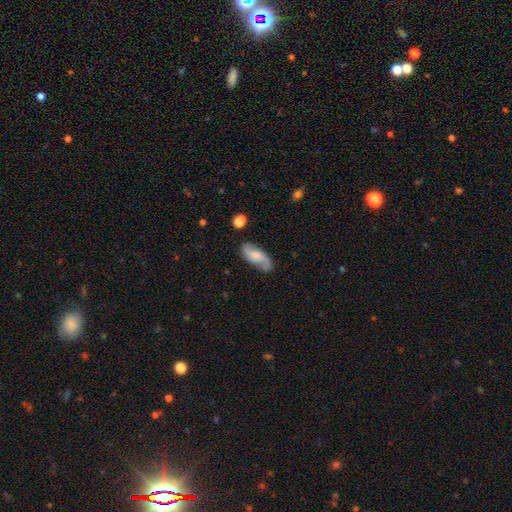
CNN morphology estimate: Smooth or featured? featured or disk (66%)
Edge-on disk? no (94%)
Bar? no (50%)
Spiral arms? yes (94%)
Spiral winding? loose (54%)
Spiral arm count? 2 (91%)
Bulge size? small (33%)
Merging? none (77%)